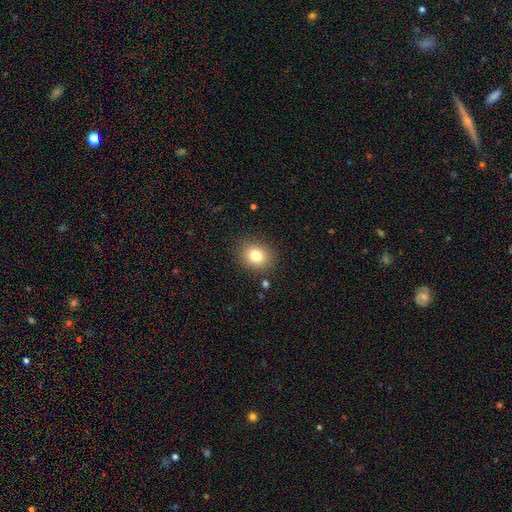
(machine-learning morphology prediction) Q: Smooth or featured?
A: smooth (80%); runner-up: star or artifact (11%)
Q: How rounded?
A: round (66%); runner-up: in between (33%)
Q: Merging?
A: none (87%); runner-up: minor disturbance (8%)